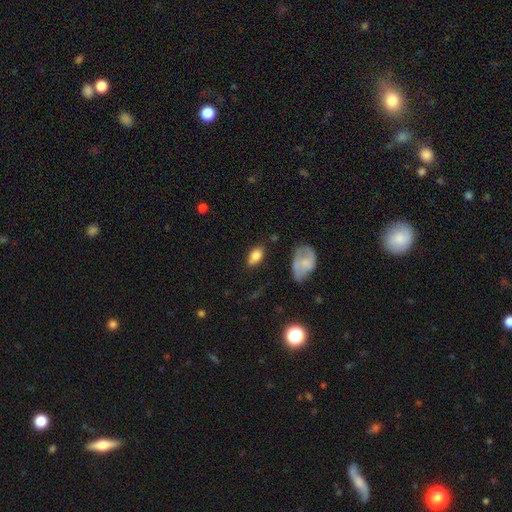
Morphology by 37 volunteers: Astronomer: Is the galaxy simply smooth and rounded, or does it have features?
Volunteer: smooth — 92%.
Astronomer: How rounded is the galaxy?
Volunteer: in between — 88%.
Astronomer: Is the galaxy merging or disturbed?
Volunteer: none — 50% (runner-up: minor disturbance, 42%).